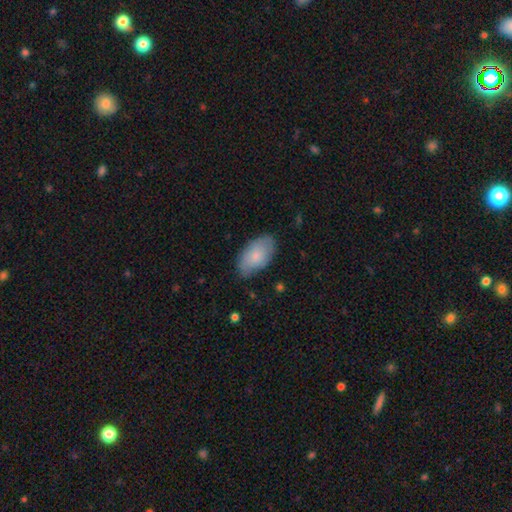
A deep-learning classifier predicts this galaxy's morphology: smooth-or-featured: smooth: 78% | featured or disk: 16% | star or artifact: 6%
  how-rounded: in between: 95% | round: 4% | cigar-shaped: 2%
  merging: none: 76% | minor disturbance: 20% | major disturbance: 3% | merger: 1%